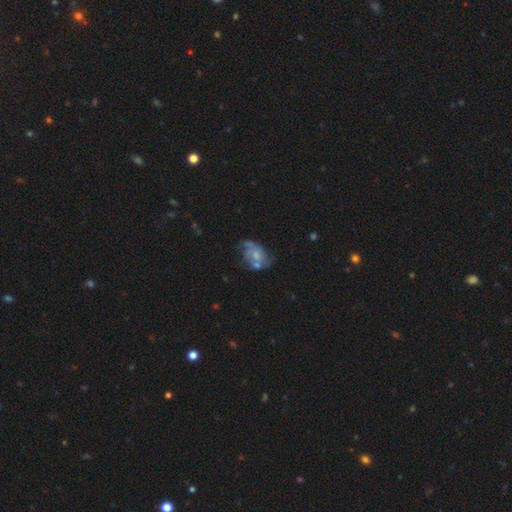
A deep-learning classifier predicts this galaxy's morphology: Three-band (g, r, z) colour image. It shows a featured or disk galaxy (67%) with no bar (73%), 2 (65%) medium (44%) spiral arms (78%) and a moderate central bulge (41%, tied with small). Merging: none (43%).